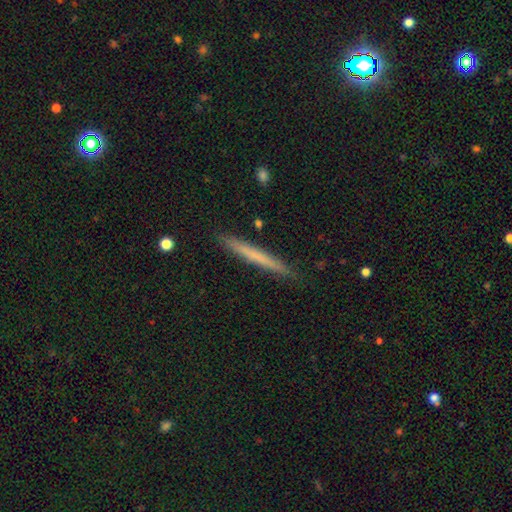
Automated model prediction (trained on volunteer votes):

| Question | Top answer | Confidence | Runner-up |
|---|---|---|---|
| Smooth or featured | smooth | 62% | featured or disk (32%) |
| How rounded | cigar-shaped | 97% | in between (2%) |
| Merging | none | 90% | minor disturbance (7%) |